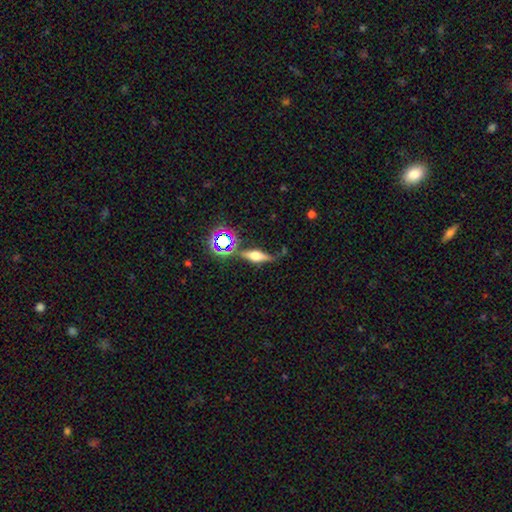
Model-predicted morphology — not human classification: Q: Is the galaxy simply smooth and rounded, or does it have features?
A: featured or disk — 54%.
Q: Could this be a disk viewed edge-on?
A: yes — 91%.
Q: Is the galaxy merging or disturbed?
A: none — 74%.